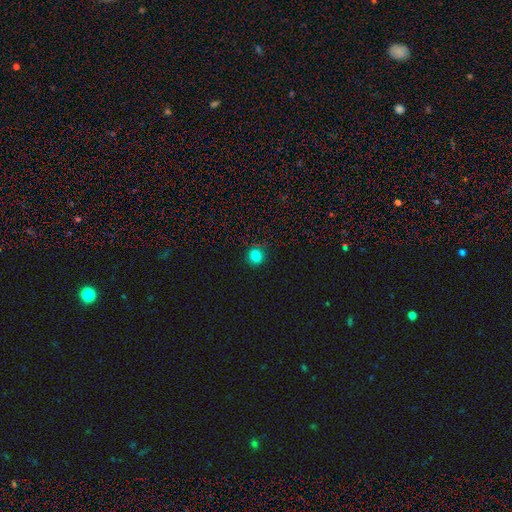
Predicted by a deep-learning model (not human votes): Overall: smooth (83%). How rounded: round (87%). Merging: none (88%).